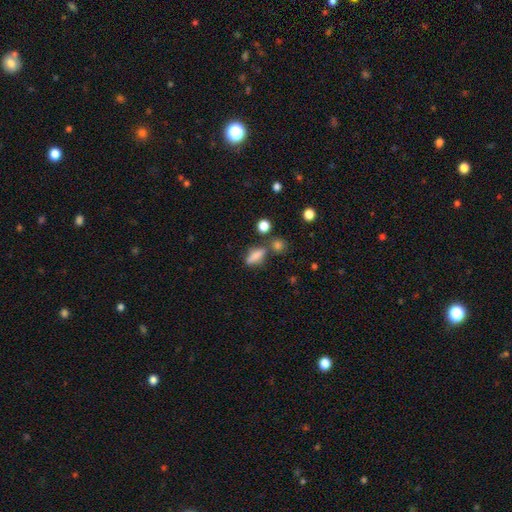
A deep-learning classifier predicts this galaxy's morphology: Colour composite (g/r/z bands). It shows a smooth galaxy with no disk features (75%) that is in between round and cigar-shaped (52%). Merging: none (65%).